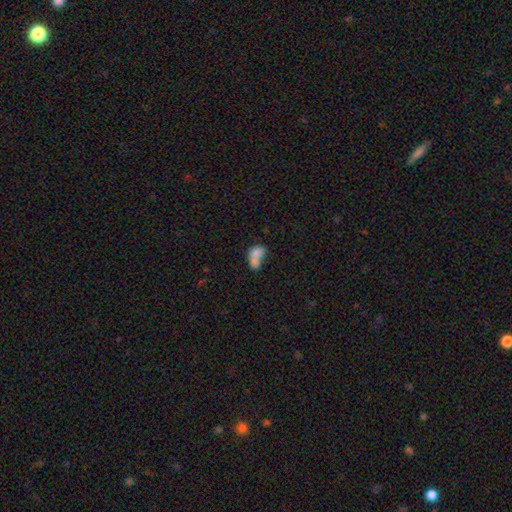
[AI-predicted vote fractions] smooth-or-featured: smooth: 72% | featured or disk: 18% | star or artifact: 10%
  how-rounded: in between: 75% | round: 22% | cigar-shaped: 2%
  merging: merger: 65% | none: 18% | minor disturbance: 9% | major disturbance: 8%